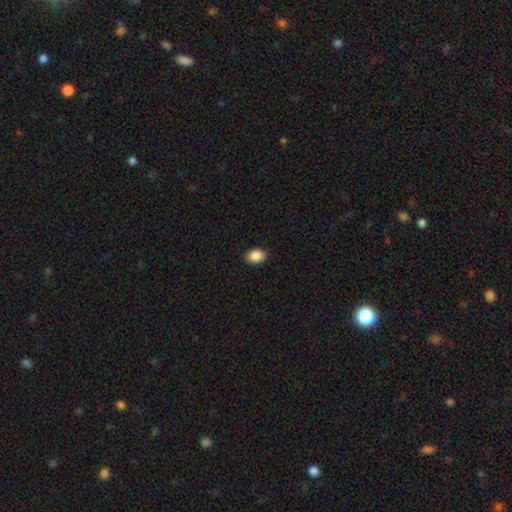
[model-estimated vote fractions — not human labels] smooth_or_featured: smooth (p=0.89) [alt: star or artifact p=0.08]
how_rounded: in between (p=0.71) [alt: round p=0.28]
merging: none (p=0.89) [alt: minor disturbance p=0.08]